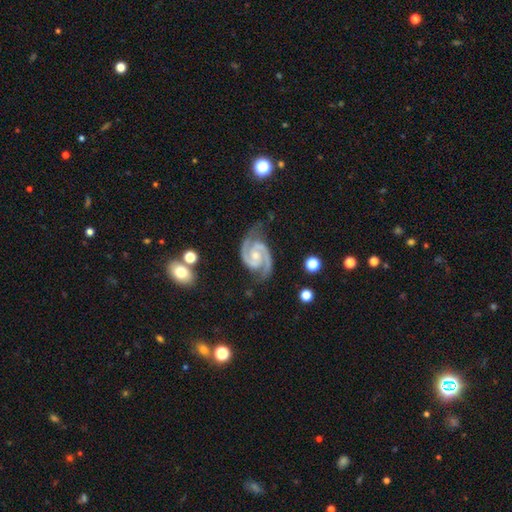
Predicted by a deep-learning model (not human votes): Smooth or featured: featured or disk — 94% (star or artifact — 4%)
Edge-on disk: no — 98% (yes — 2%)
Bar: no — 54% (weak — 36%)
Spiral arms: yes — 99% (no — 1%)
Spiral winding: medium — 52% (tight — 42%)
Spiral arm count: 2 — 94% (3 — 2%)
Bulge size: moderate — 50% (small — 43%)
Merging: none — 75% (minor disturbance — 18%)